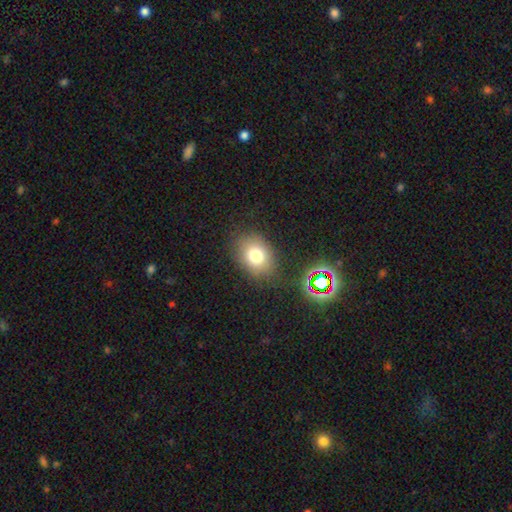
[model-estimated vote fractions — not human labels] smooth_or_featured: smooth (p=0.75) [alt: star or artifact p=0.14]
how_rounded: in between (p=0.58) [alt: round p=0.41]
merging: none (p=0.81) [alt: minor disturbance p=0.12]